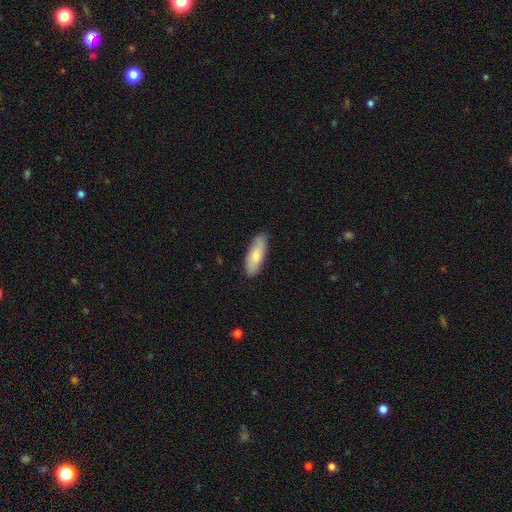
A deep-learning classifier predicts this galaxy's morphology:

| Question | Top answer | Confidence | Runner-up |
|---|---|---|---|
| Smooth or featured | smooth | 76% | featured or disk (19%) |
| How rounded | in between | 65% | cigar-shaped (33%) |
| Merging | none | 83% | minor disturbance (14%) |